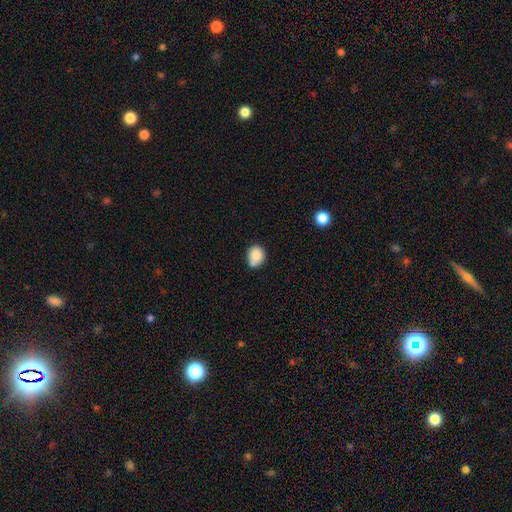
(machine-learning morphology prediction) Smooth or featured?
  - smooth: 84% *
  - star or artifact: 9%
  - featured or disk: 8%
How rounded?
  - round: 66% *
  - in between: 33%
  - cigar-shaped: 1%
Merging?
  - none: 55% *
  - merger: 21%
  - minor disturbance: 20%
  - major disturbance: 5%